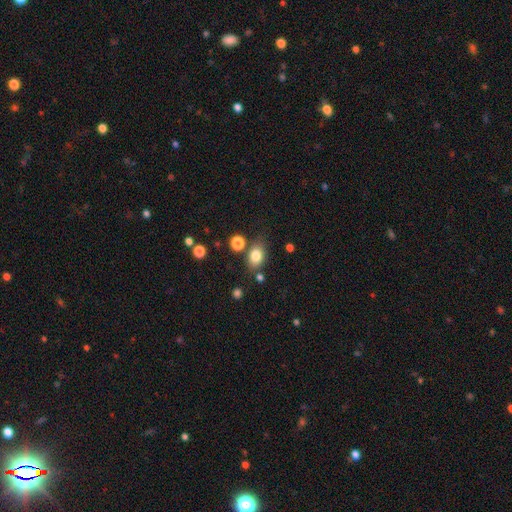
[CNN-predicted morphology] This is clearly a smooth galaxy (81%). How rounded: likely in between (70%). Merging: likely none (73%).